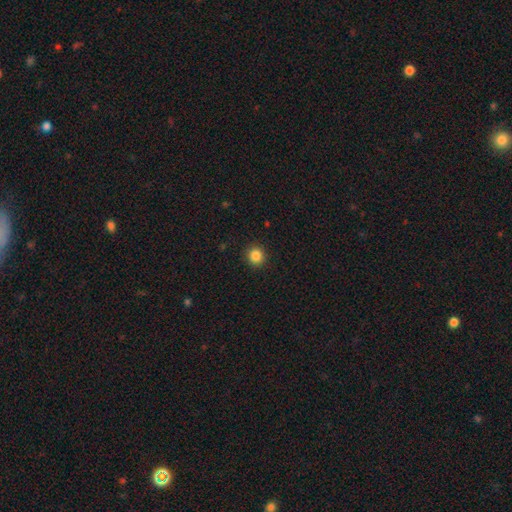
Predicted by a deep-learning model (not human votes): A smooth galaxy with no disk features (86%) that is round (91%). Merging: none (91%).